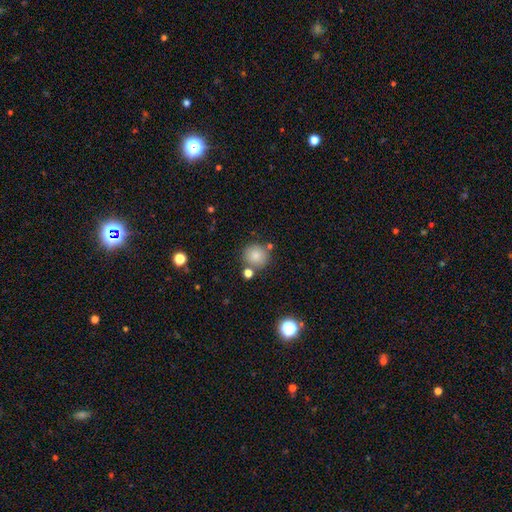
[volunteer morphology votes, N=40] Overall: smooth (80%). How rounded: round (91%). Merging: none (74%).